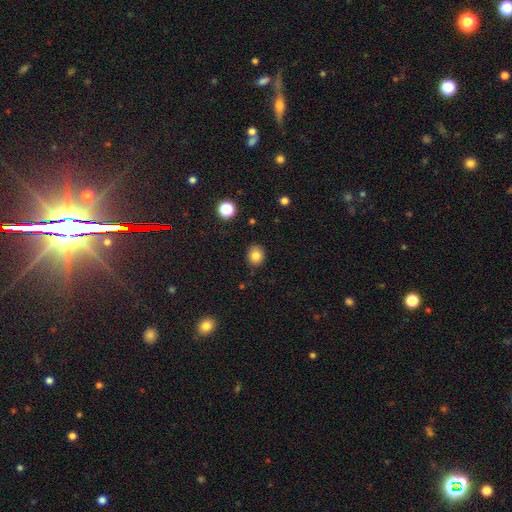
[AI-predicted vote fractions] This appears to be a smooth galaxy with no disk features (82%) that is round (77%). Merging: none (86%).